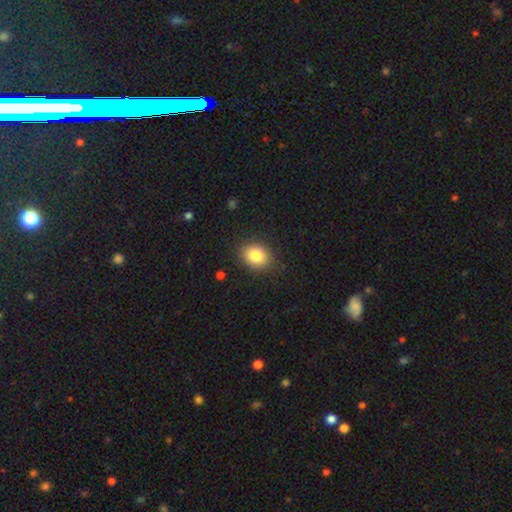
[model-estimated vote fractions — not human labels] This is clearly a smooth galaxy (83%). How rounded: possibly in between (50%). Merging: clearly none (86%).